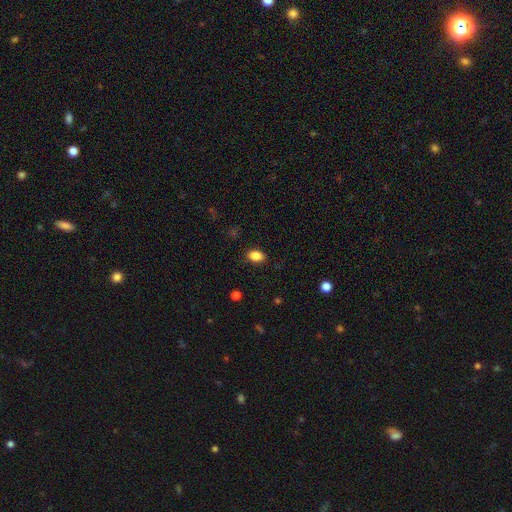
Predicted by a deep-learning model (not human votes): smooth-or-featured: smooth: 86% | star or artifact: 9% | featured or disk: 5%
  how-rounded: in between: 80% | round: 18% | cigar-shaped: 1%
  merging: none: 85% | minor disturbance: 11% | major disturbance: 3% | merger: 1%